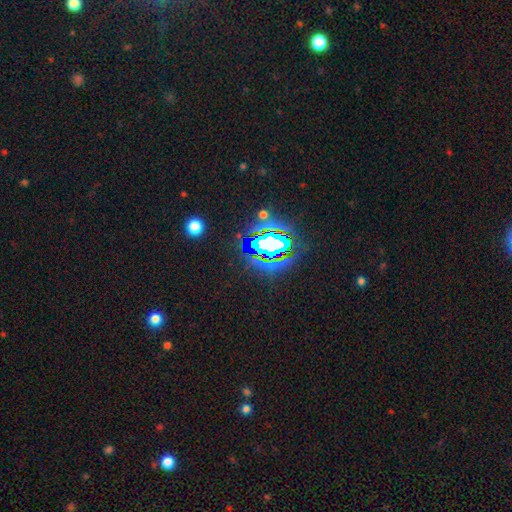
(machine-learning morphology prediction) A star or artifact, not a galaxy (83%).